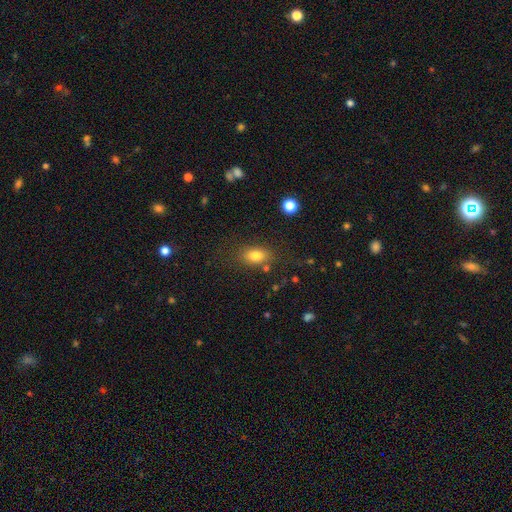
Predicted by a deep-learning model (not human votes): smooth 80%, star or artifact 11%, featured or disk 10%. Down the decision tree: how rounded — in between (80%); merging — none (76%).